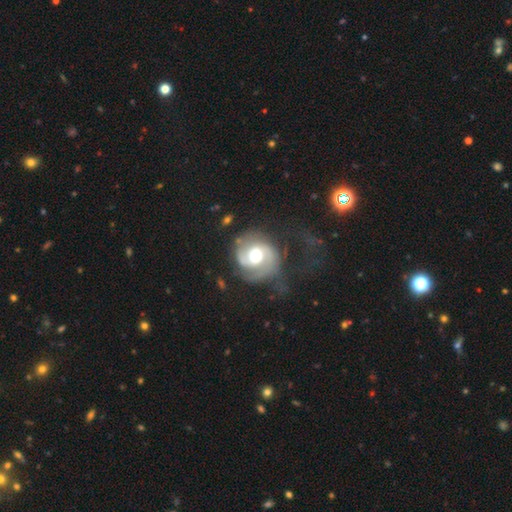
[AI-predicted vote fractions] Q: Smooth or featured?
A: featured or disk (78%); runner-up: smooth (16%)
Q: Edge-on disk?
A: no (98%); runner-up: yes (2%)
Q: Bar?
A: no (52%); runner-up: weak (37%)
Q: Spiral arms?
A: yes (92%); runner-up: no (8%)
Q: Spiral winding?
A: medium (44%); runner-up: tight (34%)
Q: Spiral arm count?
A: 2 (73%); runner-up: 1 (12%)
Q: Bulge size?
A: moderate (64%); runner-up: large (26%)
Q: Merging?
A: none (54%); runner-up: major disturbance (22%)